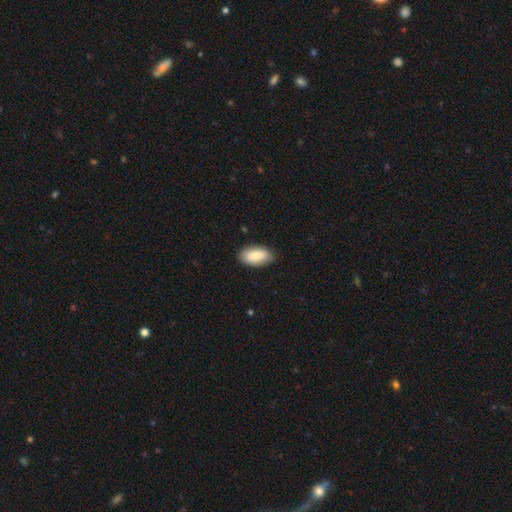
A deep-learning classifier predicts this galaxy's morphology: Smooth or featured? Predicted: smooth (p=0.81). How rounded? Predicted: in between (p=0.94). Merging? Predicted: none (p=0.86).